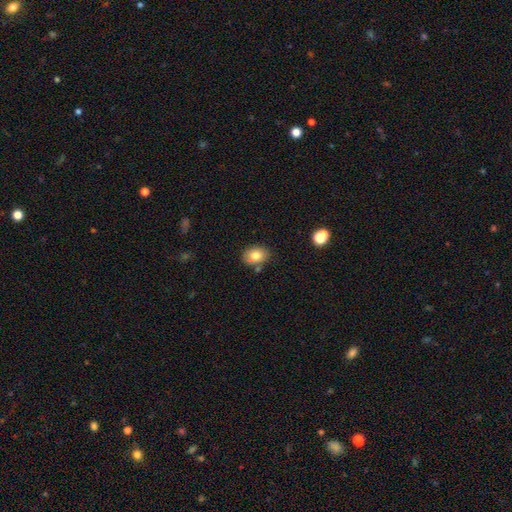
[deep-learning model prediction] smooth 79%, featured or disk 12%, star or artifact 9%. Down the decision tree: how rounded — in between (67%); merging — none (75%).